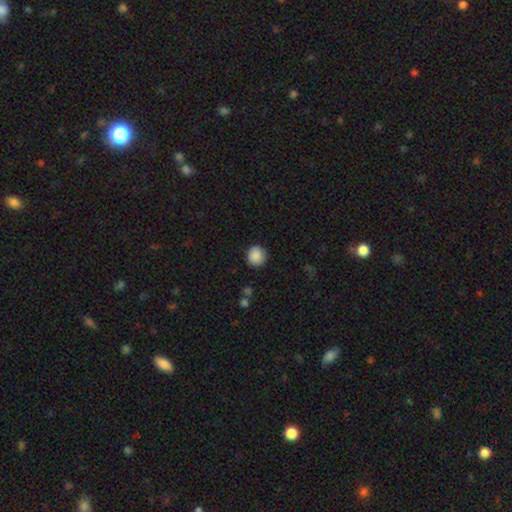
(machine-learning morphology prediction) type=smooth (88%); roundness=round (93%); merging=none (89%).